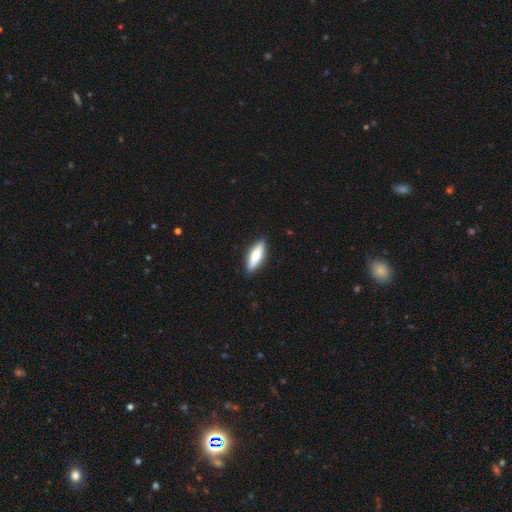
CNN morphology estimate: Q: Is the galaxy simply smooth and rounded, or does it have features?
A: smooth — 64%.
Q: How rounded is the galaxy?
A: in between — 53%.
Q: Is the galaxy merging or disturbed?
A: none — 88%.